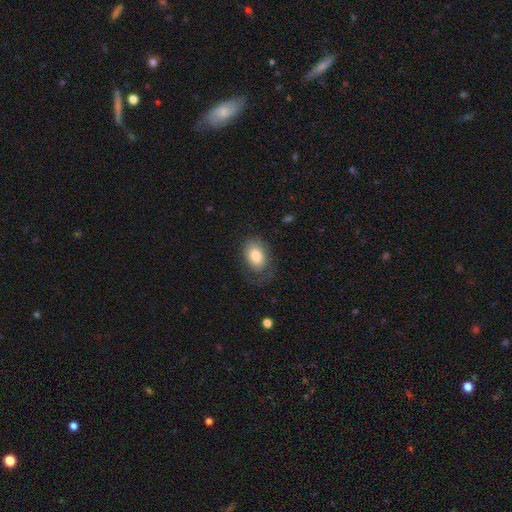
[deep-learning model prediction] Smooth or featured?
  - smooth: 78% *
  - featured or disk: 15%
  - star or artifact: 7%
How rounded?
  - in between: 85% *
  - round: 14%
  - cigar-shaped: 1%
Merging?
  - none: 58% *
  - minor disturbance: 23%
  - major disturbance: 17%
  - merger: 1%